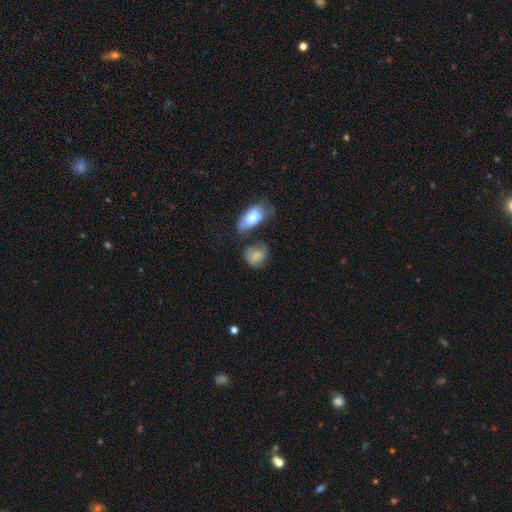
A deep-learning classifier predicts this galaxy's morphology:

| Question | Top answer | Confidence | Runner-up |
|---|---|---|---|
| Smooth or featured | smooth | 76% | featured or disk (15%) |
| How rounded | round | 52% | in between (47%) |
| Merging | none | 45% | minor disturbance (27%) |